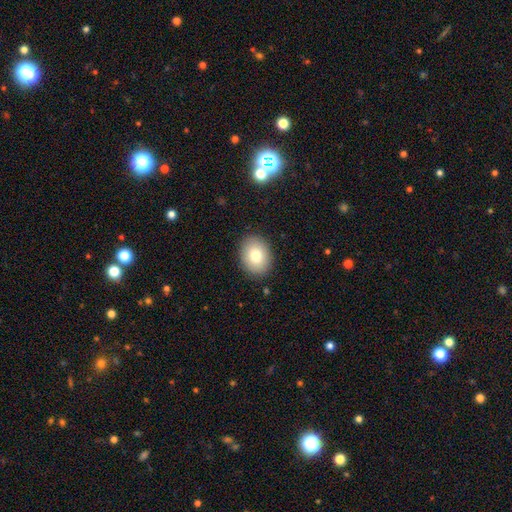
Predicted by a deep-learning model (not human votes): Overall: smooth (80%). How rounded: in between (63%; round 36%). Merging: none (88%).